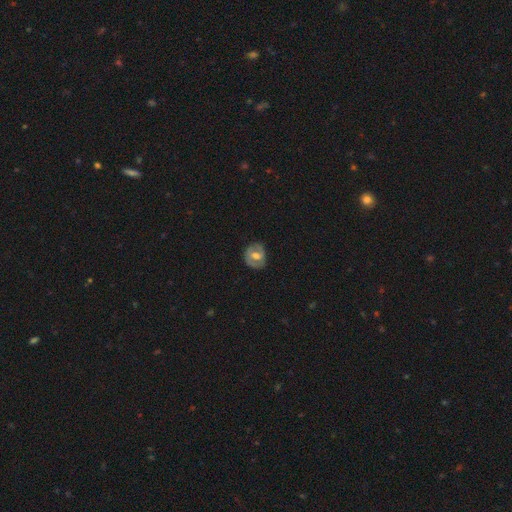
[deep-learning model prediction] smooth_or_featured: featured or disk (p=0.51) [alt: smooth p=0.42]
disk_edge_on: no (p=0.95) [alt: yes p=0.05]
merging: none (p=0.80) [alt: minor disturbance p=0.15]